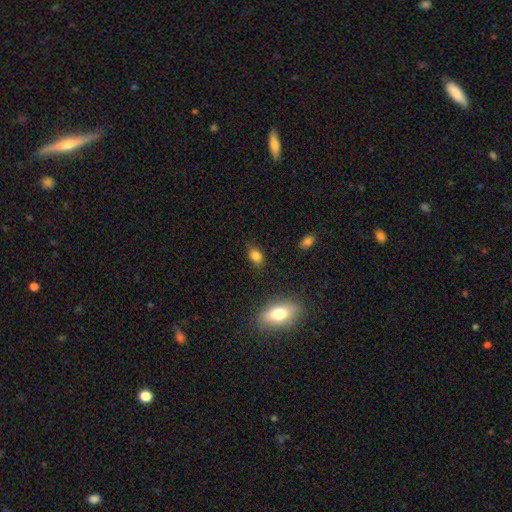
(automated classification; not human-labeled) This appears to be a smooth galaxy with no disk features (82%) that is in between round and cigar-shaped (77%). Merging: none (76%).